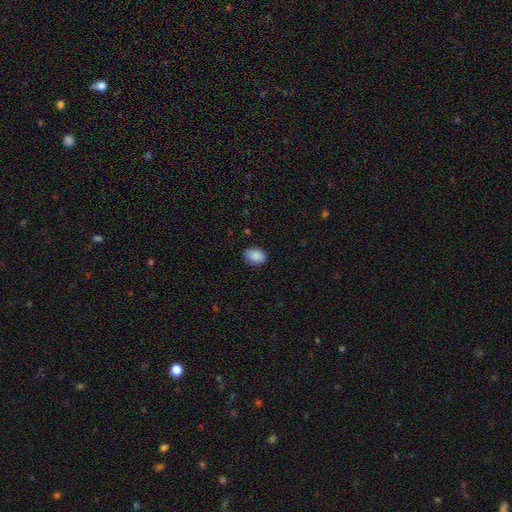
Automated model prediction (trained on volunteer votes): The model was most divided on "how rounded": in between: 83%, round: 16%, cigar-shaped: 1%. More confident: smooth or featured — smooth (89%); merging — none (84%).